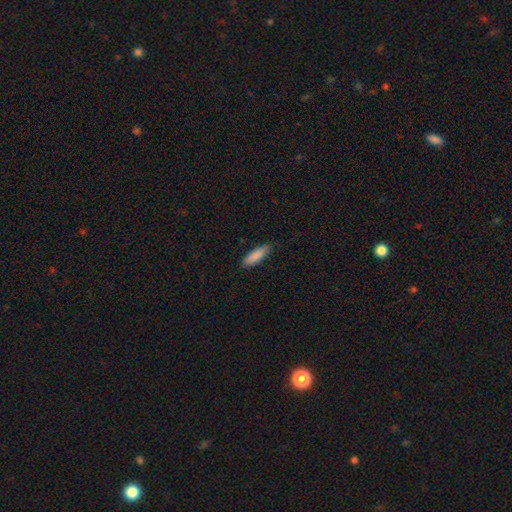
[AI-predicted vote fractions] A smooth galaxy with no disk features (87%) that is cigar-shaped (51%).

Vote fractions:
- Smooth or featured? smooth: 87% / featured or disk: 7% / star or artifact: 6%
- How rounded? cigar-shaped: 51% / in between: 48% / round: 1%
- Merging? none: 84% / minor disturbance: 13% / major disturbance: 2% / merger: 1%